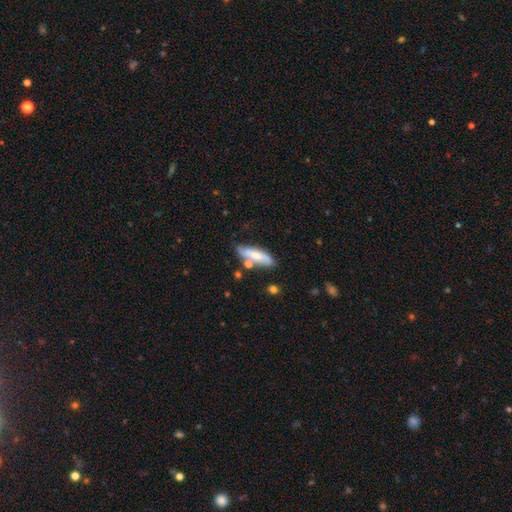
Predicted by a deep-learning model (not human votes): This appears to be a smooth galaxy with no disk features (64%) that is cigar-shaped (55%). Merging: none (66%).